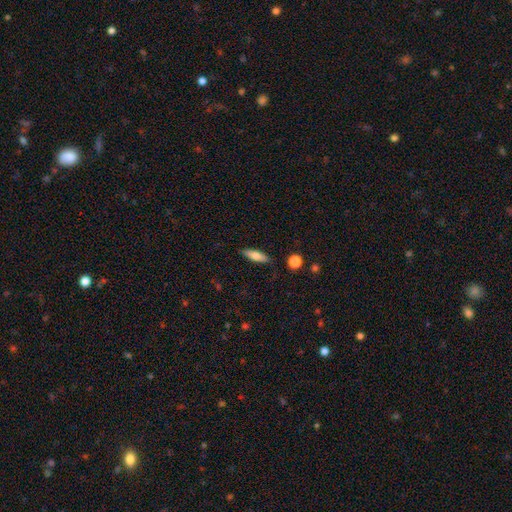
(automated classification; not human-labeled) Q: Smooth or featured?
A: smooth (69%); runner-up: featured or disk (25%)
Q: How rounded?
A: cigar-shaped (55%); runner-up: in between (42%)
Q: Merging?
A: none (86%); runner-up: minor disturbance (10%)